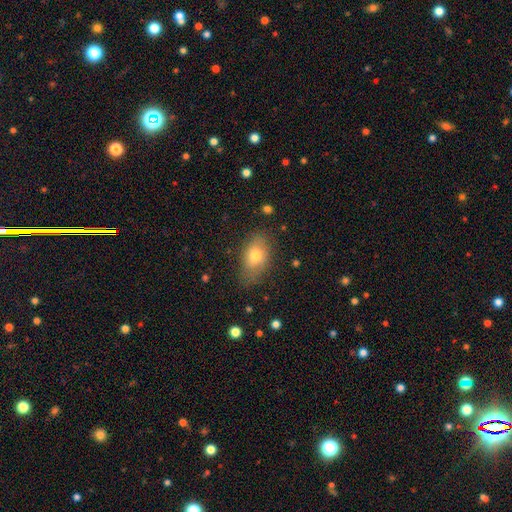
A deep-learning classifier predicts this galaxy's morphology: type=smooth (72%); roundness=in between (87%); merging=none (69%).